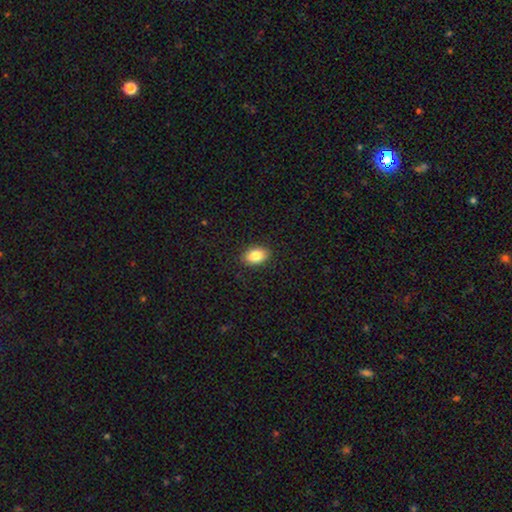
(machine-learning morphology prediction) Smooth or featured? Predicted: smooth (p=0.85). How rounded? Predicted: in between (p=0.87). Merging? Predicted: none (p=0.89).